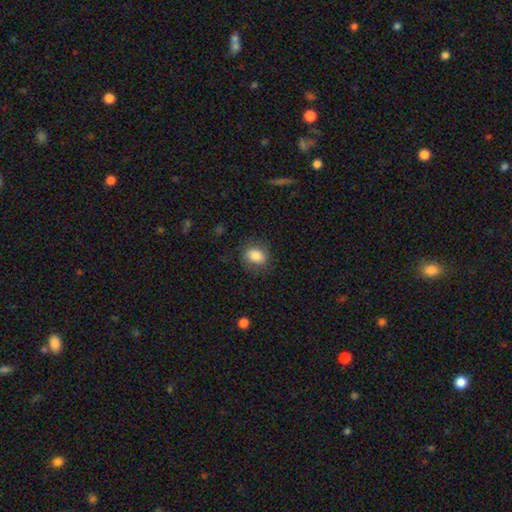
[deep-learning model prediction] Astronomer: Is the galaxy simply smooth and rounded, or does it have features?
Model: smooth — 83%.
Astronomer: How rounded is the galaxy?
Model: in between — 50% (runner-up: round, 49%).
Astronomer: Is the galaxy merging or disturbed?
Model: none — 80%.